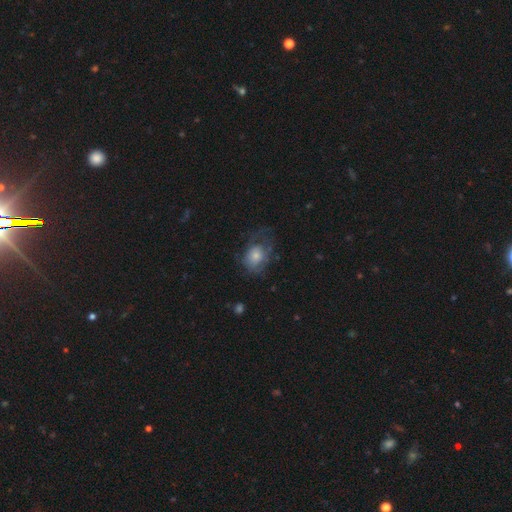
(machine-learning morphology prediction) type=smooth (60%); roundness=in between (53%); merging=none (39%).